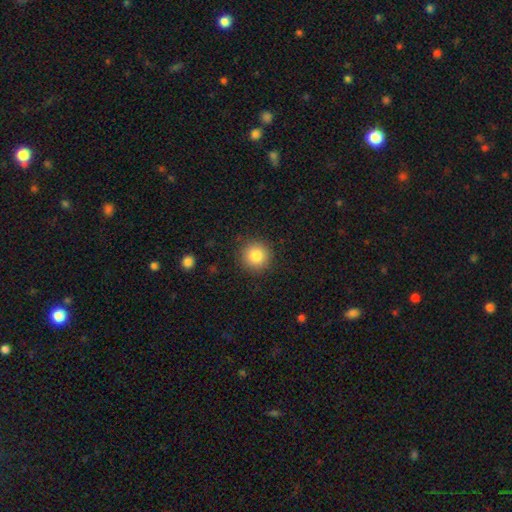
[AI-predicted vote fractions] This is clearly a smooth galaxy (85%). How rounded: clearly round (94%). Merging: clearly none (90%).